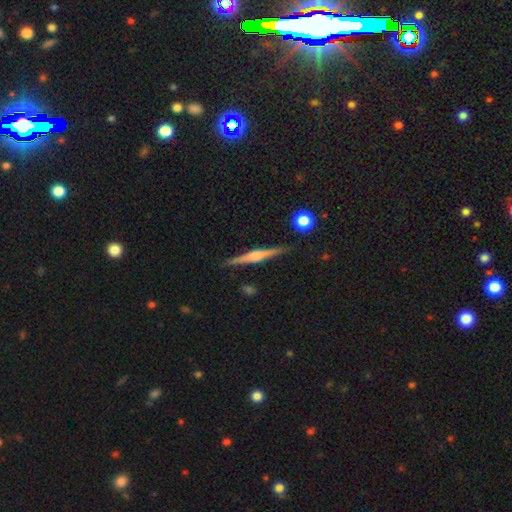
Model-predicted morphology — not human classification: featured or disk 76%, smooth 19%, star or artifact 6%. Down the decision tree: edge-on disk — yes (98%); edge-on bulge — rounded (76%); merging — none (89%).